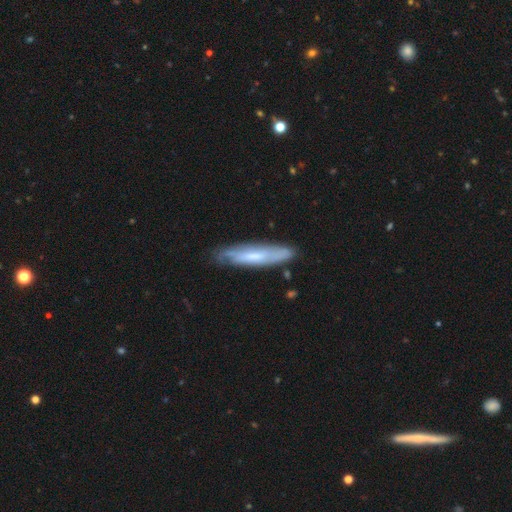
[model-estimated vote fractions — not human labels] smooth_or_featured: featured or disk (p=0.50) [alt: smooth p=0.43]
disk_edge_on: yes (p=0.57) [alt: no p=0.43]
merging: none (p=0.75) [alt: minor disturbance p=0.19]